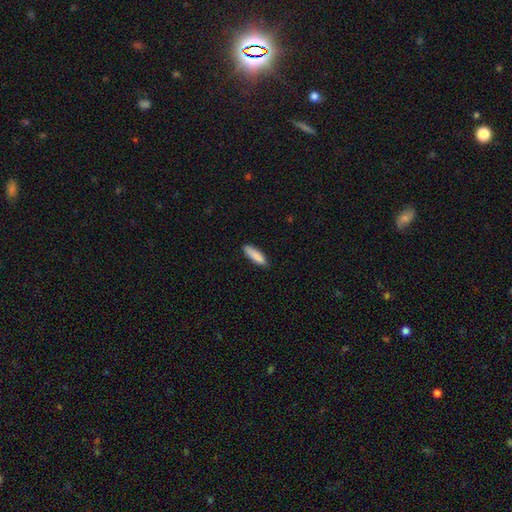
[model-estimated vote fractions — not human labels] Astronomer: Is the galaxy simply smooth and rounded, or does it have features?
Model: smooth — 88%.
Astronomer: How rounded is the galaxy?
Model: cigar-shaped — 60% (runner-up: in between, 39%).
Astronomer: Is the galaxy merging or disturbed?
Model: none — 86%.